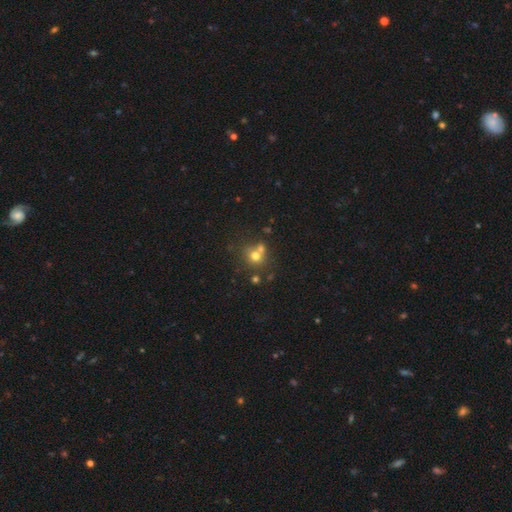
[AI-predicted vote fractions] Smooth or featured? smooth (67%)
How rounded? round (83%)
Merging? none (50%)